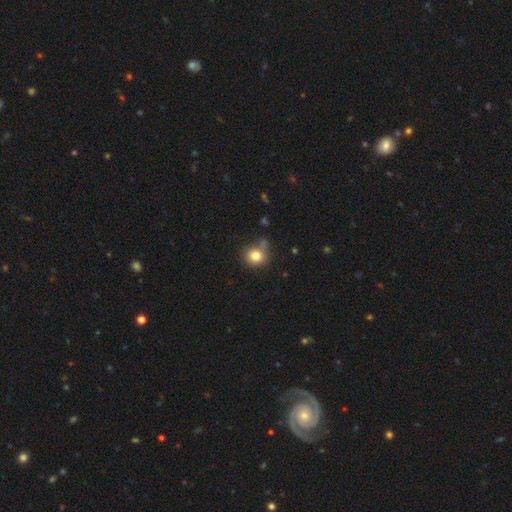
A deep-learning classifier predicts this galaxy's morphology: type=smooth (81%); roundness=round (85%); merging=none (69%).